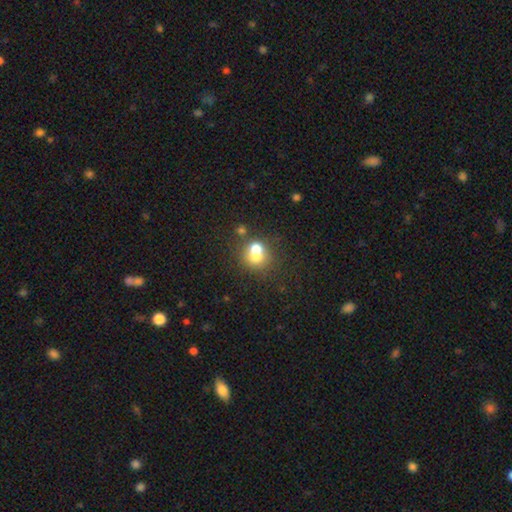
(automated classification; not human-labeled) Smooth or featured: smooth — 66% (featured or disk — 21%)
How rounded: round — 76% (in between — 24%)
Merging: merger — 54% (none — 34%)